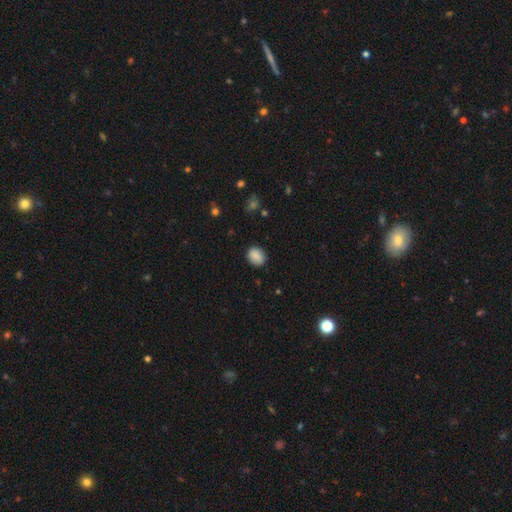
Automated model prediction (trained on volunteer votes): Smooth or featured? smooth (87%)
How rounded? round (53%)
Merging? none (84%)